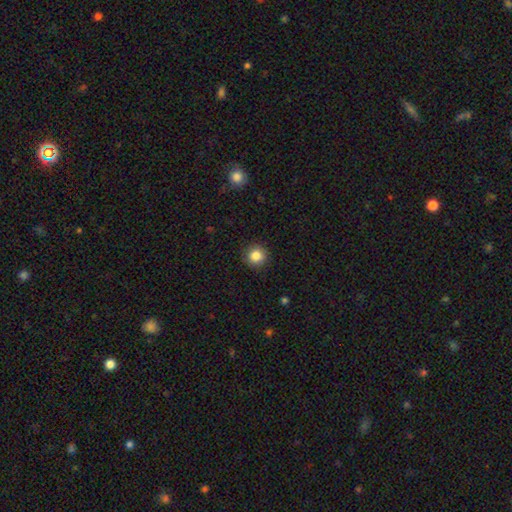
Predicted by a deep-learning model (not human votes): Smooth or featured? smooth (85%)
How rounded? round (94%)
Merging? none (90%)